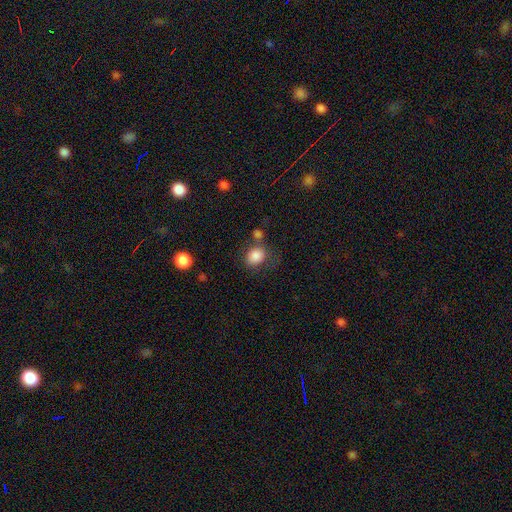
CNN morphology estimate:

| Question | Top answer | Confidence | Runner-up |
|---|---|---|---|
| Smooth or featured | smooth | 85% | star or artifact (9%) |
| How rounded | round | 57% | in between (42%) |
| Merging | none | 59% | minor disturbance (18%) |